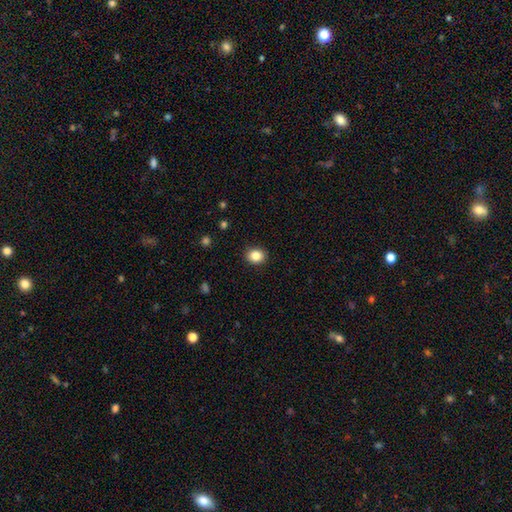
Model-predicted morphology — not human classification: Smooth or featured: smooth — 84% (star or artifact — 10%)
How rounded: round — 63% (in between — 36%)
Merging: none — 90% (minor disturbance — 7%)